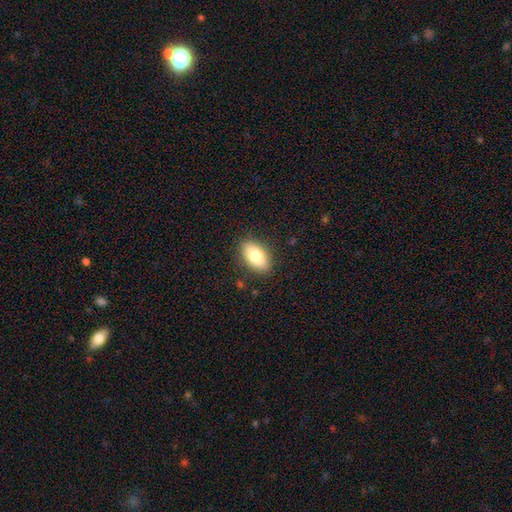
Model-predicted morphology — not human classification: Smooth or featured: smooth — 81% (featured or disk — 12%)
How rounded: in between — 92% (round — 5%)
Merging: none — 86% (minor disturbance — 10%)